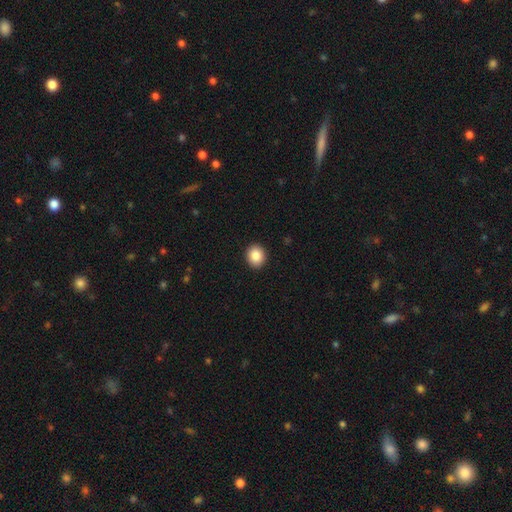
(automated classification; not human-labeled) Smooth or featured? Predicted: smooth (p=0.86). How rounded? Predicted: round (p=0.71). Merging? Predicted: none (p=0.92).